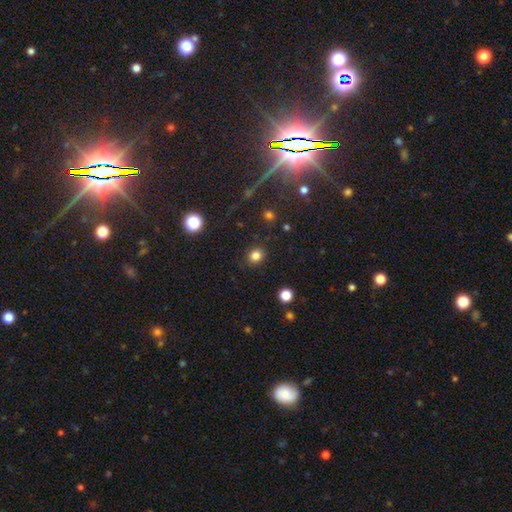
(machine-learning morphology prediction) A smooth galaxy with no disk features (82%) that is round (79%). Merging: none (88%).